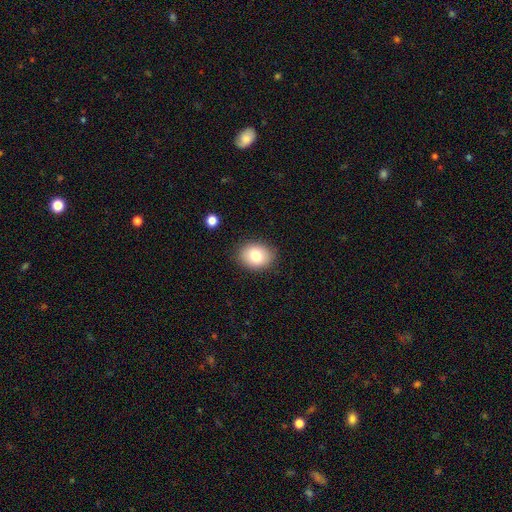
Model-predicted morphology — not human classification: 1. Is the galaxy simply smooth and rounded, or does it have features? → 79% smooth, 12% featured or disk, 9% star or artifact.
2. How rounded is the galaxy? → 54% in between, 45% round, 1% cigar-shaped.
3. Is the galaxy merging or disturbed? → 87% none, 9% minor disturbance, 2% major disturbance, 1% merger.